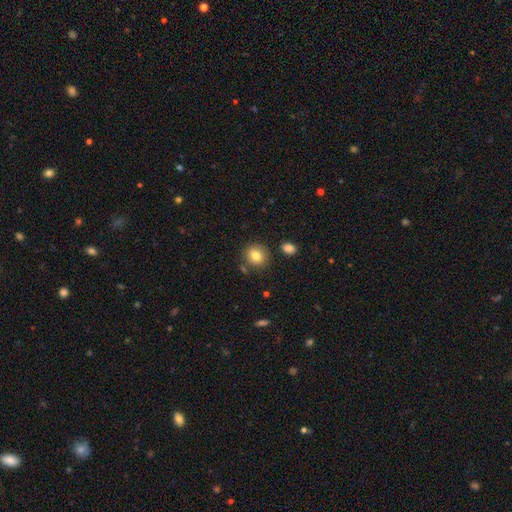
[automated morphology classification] Smooth or featured: smooth — 82% (star or artifact — 10%)
How rounded: round — 78% (in between — 21%)
Merging: none — 81% (minor disturbance — 10%)